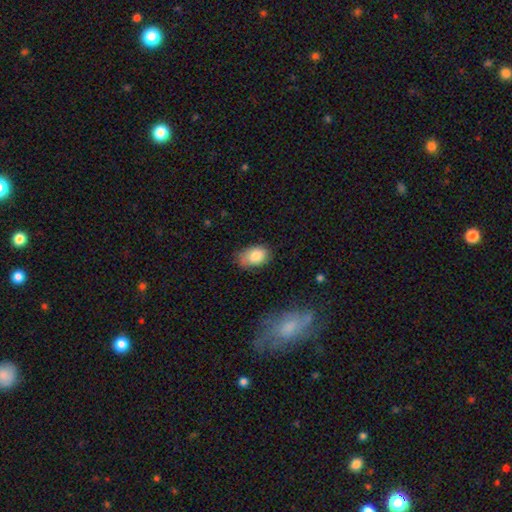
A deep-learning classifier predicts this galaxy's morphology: A smooth galaxy with no disk features (83%) that is in between round and cigar-shaped (82%). Merging: none (63%).